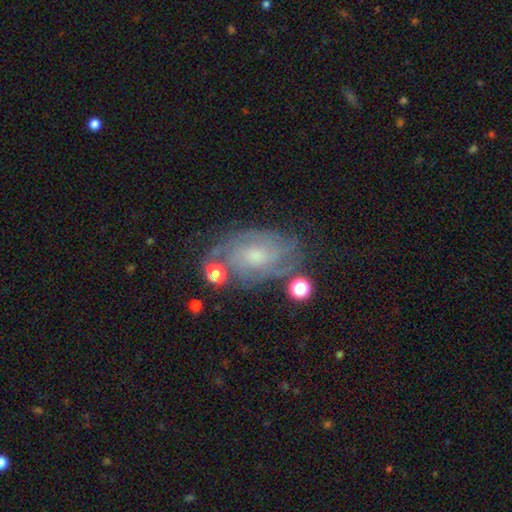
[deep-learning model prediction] Smooth or featured? Predicted: featured or disk (p=0.70). Edge-on disk? Predicted: no (p=0.96). Bar? Predicted: no (p=0.66). Spiral arms? Predicted: yes (p=0.88). Spiral winding? Predicted: tight (p=0.58). Spiral arm count? Predicted: can't tell (p=0.47). Bulge size? Predicted: small (p=0.51). Merging? Predicted: none (p=0.63).